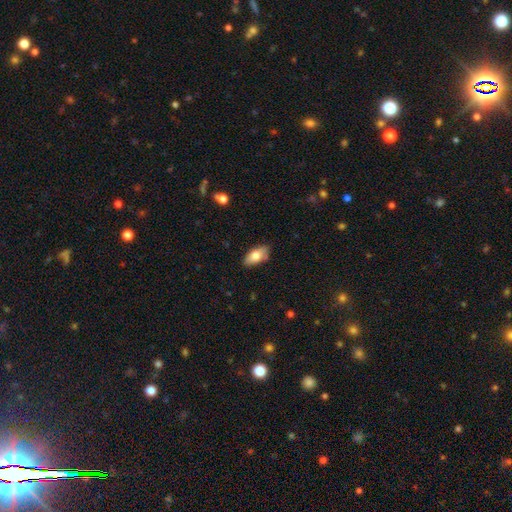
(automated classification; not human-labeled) Morphology: type=smooth (77%); roundness=in between (90%); merging=none (82%).